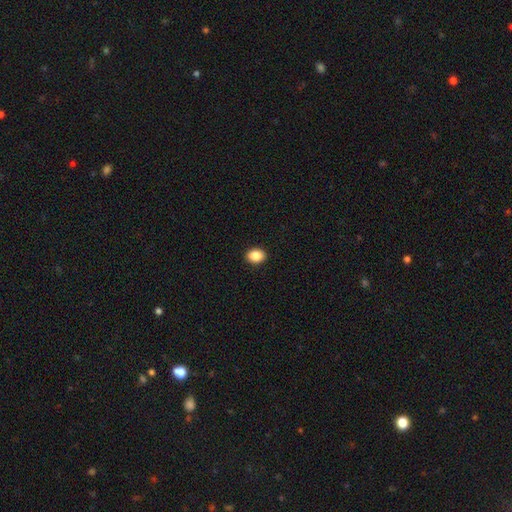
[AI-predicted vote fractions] smooth 87%, star or artifact 9%, featured or disk 4%. Down the decision tree: how rounded — in between (59%); merging — none (92%).